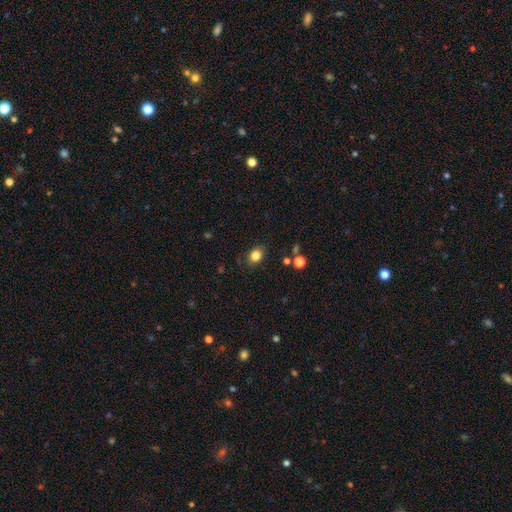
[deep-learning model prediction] This is clearly a smooth galaxy (83%). How rounded: likely in between (61%). Merging: clearly none (82%).